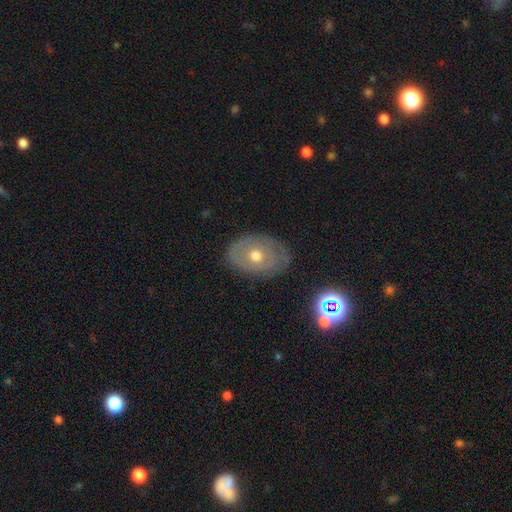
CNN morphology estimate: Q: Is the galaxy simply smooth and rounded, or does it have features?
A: featured or disk — 51%.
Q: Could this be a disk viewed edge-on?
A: no — 92%.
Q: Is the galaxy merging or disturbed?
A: none — 77%.